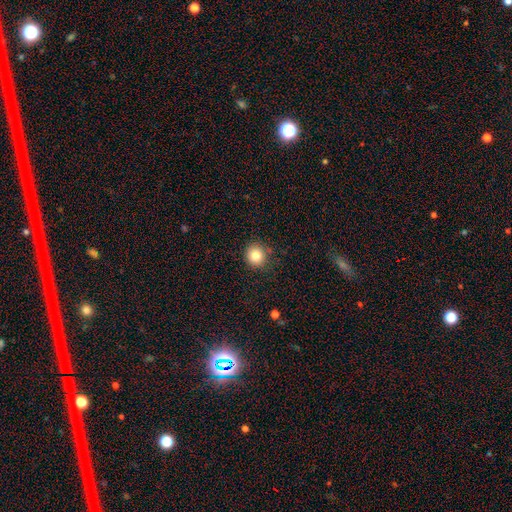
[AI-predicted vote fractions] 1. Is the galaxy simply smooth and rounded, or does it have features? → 82% smooth, 11% star or artifact, 7% featured or disk.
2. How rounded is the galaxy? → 91% round, 8% in between, 1% cigar-shaped.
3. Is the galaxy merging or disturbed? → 88% none, 9% minor disturbance, 2% major disturbance, 1% merger.